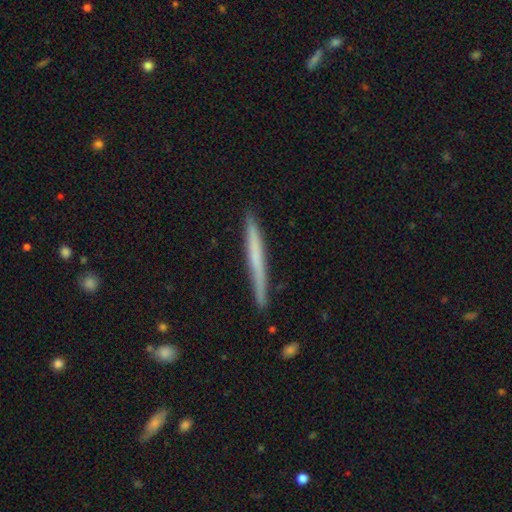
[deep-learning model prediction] A smooth galaxy with no disk features (52%) that is cigar-shaped (97%).

Vote fractions:
- Smooth or featured? smooth: 52% / featured or disk: 42% / star or artifact: 6%
- How rounded? cigar-shaped: 97% / in between: 2% / round: 1%
- Merging? none: 88% / minor disturbance: 9% / major disturbance: 1% / merger: 1%